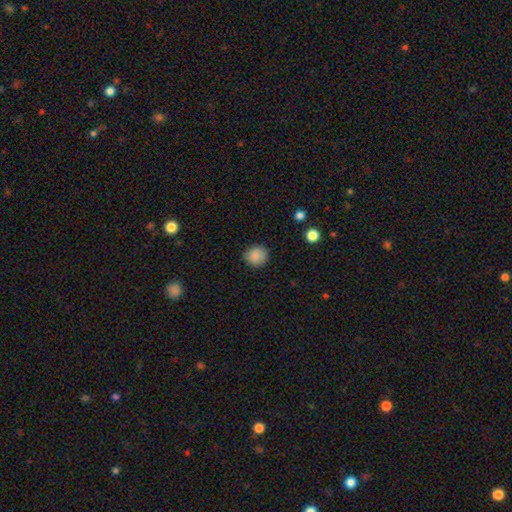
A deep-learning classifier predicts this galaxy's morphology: smooth-or-featured: smooth: 86% | star or artifact: 9% | featured or disk: 4%
  how-rounded: round: 85% | in between: 14% | cigar-shaped: 1%
  merging: none: 85% | minor disturbance: 11% | major disturbance: 3% | merger: 1%